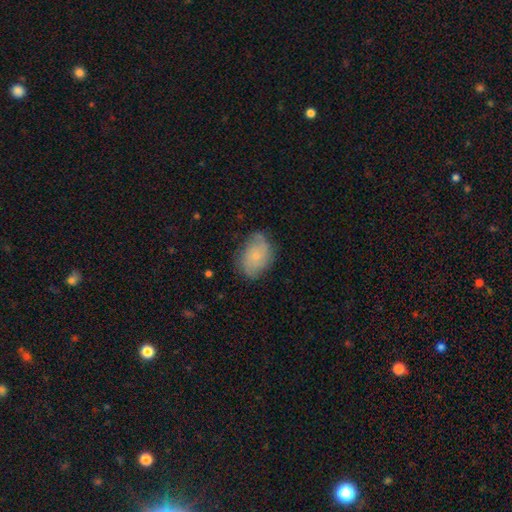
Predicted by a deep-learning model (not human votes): The model was most divided on "smooth or featured": smooth: 55%, featured or disk: 37%, star or artifact: 8%. More confident: how rounded — in between (81%); merging — none (67%).